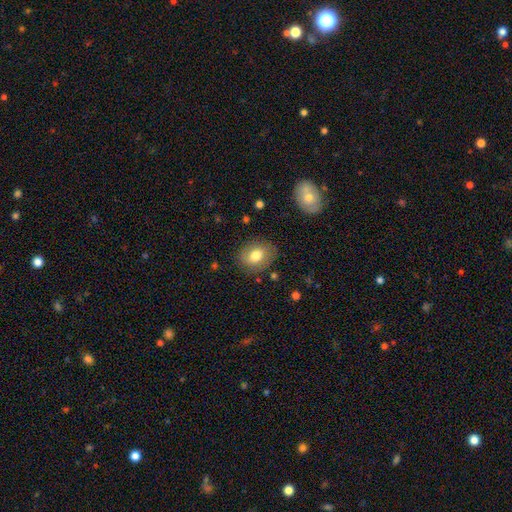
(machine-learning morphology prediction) Smooth or featured?
  - smooth: 75% *
  - featured or disk: 16%
  - star or artifact: 8%
How rounded?
  - in between: 63% *
  - round: 36%
  - cigar-shaped: 1%
Merging?
  - none: 82% *
  - minor disturbance: 13%
  - major disturbance: 4%
  - merger: 2%